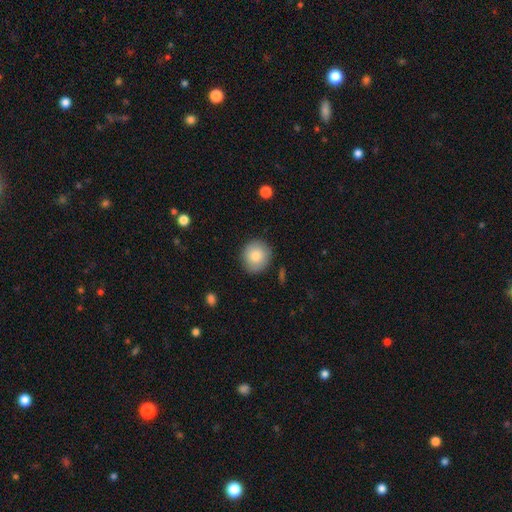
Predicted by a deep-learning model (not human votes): smooth-or-featured: smooth: 82% | featured or disk: 11% | star or artifact: 7%
  how-rounded: round: 86% | in between: 13% | cigar-shaped: 1%
  merging: none: 86% | minor disturbance: 10% | major disturbance: 2% | merger: 1%